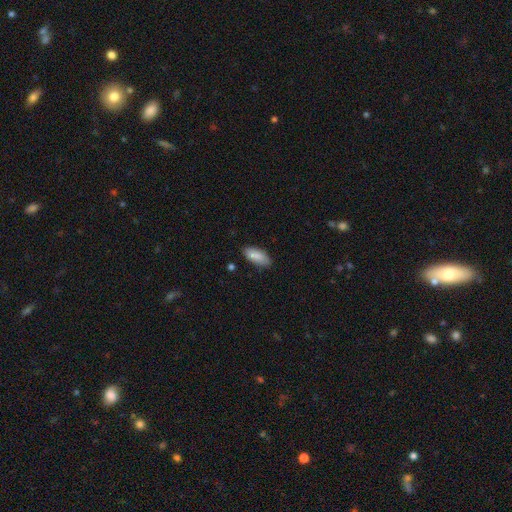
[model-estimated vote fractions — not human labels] Smooth or featured: smooth — 87% (star or artifact — 6%)
How rounded: in between — 83% (cigar-shaped — 15%)
Merging: none — 78% (minor disturbance — 18%)